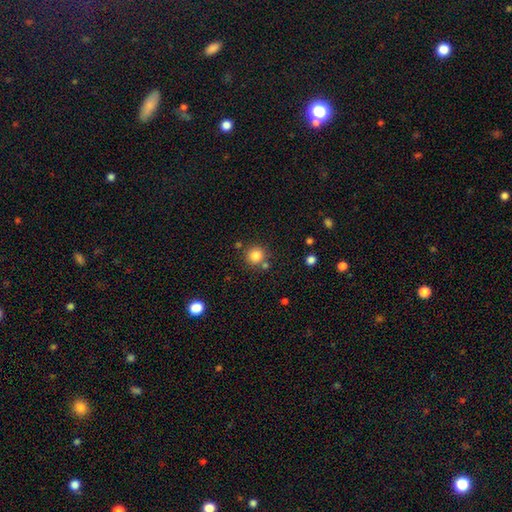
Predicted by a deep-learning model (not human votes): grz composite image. It shows a smooth galaxy with no disk features (83%) that is round (93%). Merging: none (77%).